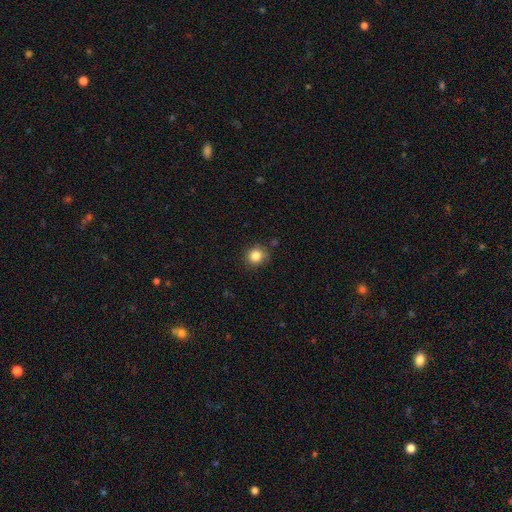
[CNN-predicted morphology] This is clearly a smooth galaxy (84%). How rounded: clearly round (87%). Merging: clearly none (82%).